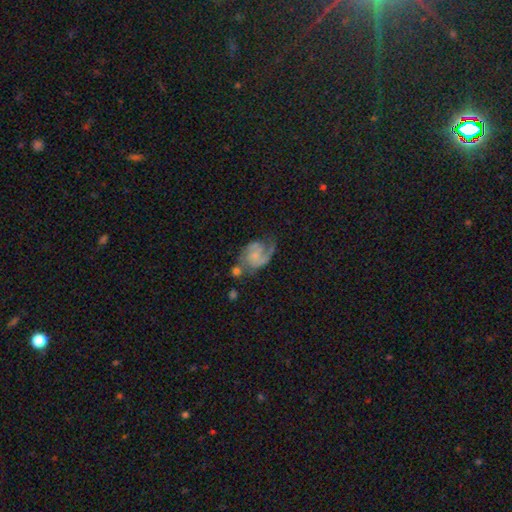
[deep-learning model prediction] Smooth or featured: featured or disk — 76% (smooth — 17%)
Edge-on disk: no — 98% (yes — 2%)
Bar: no — 65% (weak — 31%)
Spiral arms: yes — 92% (no — 8%)
Spiral winding: medium — 50% (loose — 25%)
Spiral arm count: 2 — 65% (1 — 20%)
Bulge size: small — 52% (none — 24%)
Merging: none — 42% (minor disturbance — 23%)